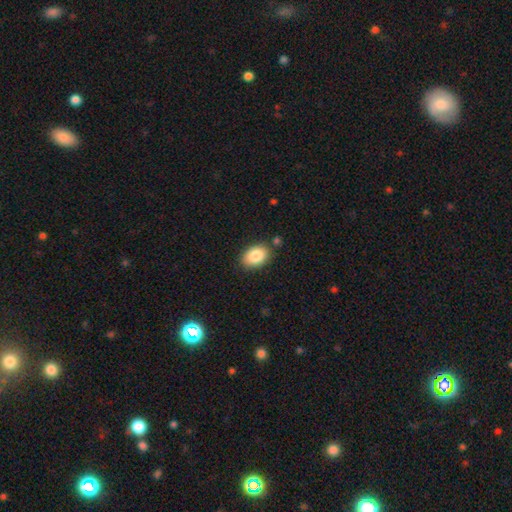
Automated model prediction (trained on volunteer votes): A smooth galaxy with no disk features (85%) that is in between round and cigar-shaped (83%).

Vote fractions:
- Smooth or featured? smooth: 85% / featured or disk: 8% / star or artifact: 7%
- How rounded? in between: 83% / round: 16% / cigar-shaped: 1%
- Merging? none: 84% / minor disturbance: 11% / merger: 3% / major disturbance: 2%